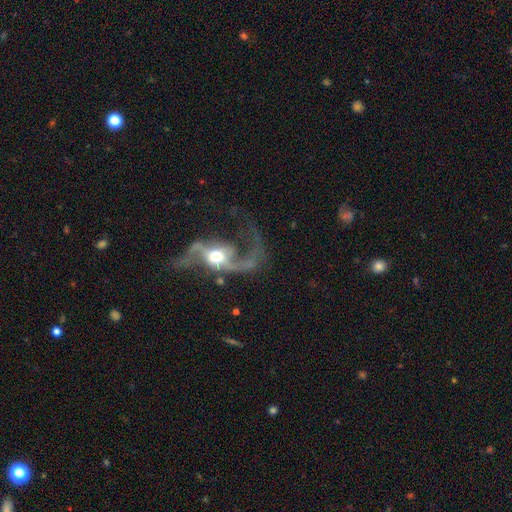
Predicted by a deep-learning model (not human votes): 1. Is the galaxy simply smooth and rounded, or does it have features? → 88% featured or disk, 6% star or artifact, 6% smooth.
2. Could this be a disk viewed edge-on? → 96% no, 4% yes.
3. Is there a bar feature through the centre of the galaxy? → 53% no, 26% weak, 20% strong.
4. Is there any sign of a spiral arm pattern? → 94% yes, 6% no.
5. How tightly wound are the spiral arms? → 68% loose, 27% medium, 5% tight.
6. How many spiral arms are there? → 86% 2, 7% 1, 2% can't tell, 2% 3, 1% 4, 1% more than 4.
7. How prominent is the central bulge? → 62% moderate, 21% large, 12% small, 3% dominant, 2% none.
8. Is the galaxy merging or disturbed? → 50% none, 30% major disturbance, 15% minor disturbance, 4% merger.